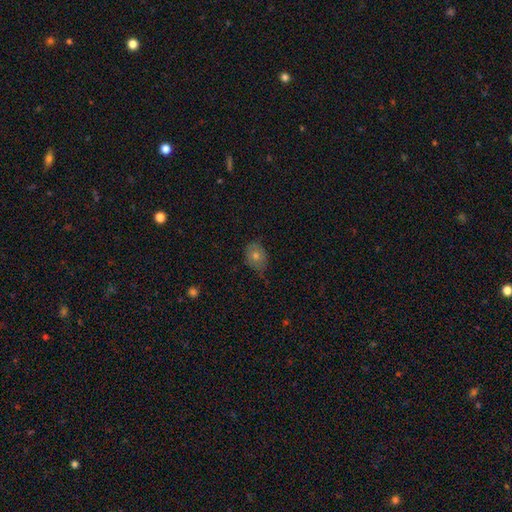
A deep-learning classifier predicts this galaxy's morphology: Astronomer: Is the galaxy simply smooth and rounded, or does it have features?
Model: smooth — 63%.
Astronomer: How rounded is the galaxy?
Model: round — 51% (runner-up: in between, 48%).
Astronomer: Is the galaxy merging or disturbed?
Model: none — 64%.